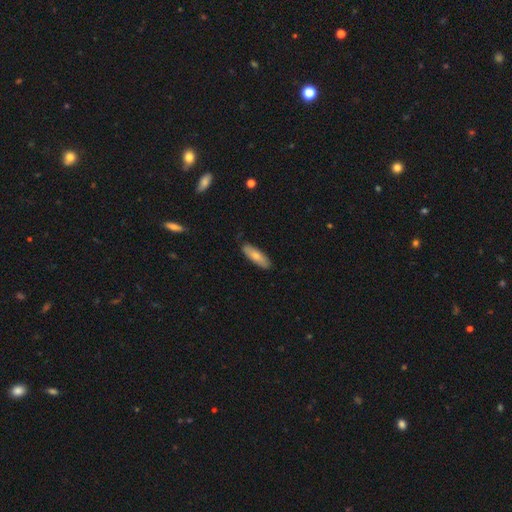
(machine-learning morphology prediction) Smooth or featured? Predicted: smooth (p=0.74). How rounded? Predicted: in between (p=0.53). Merging? Predicted: none (p=0.84).